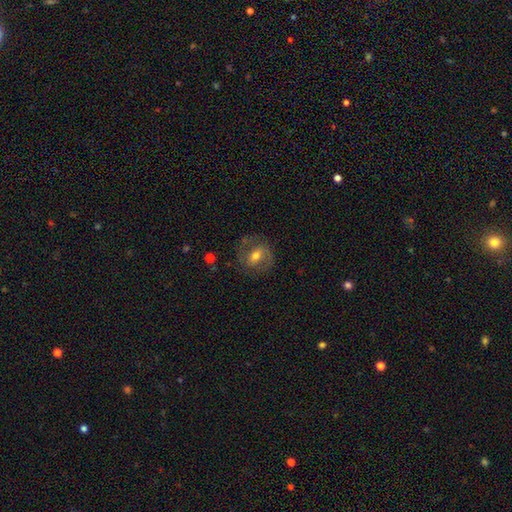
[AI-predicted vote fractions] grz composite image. It shows a featured or disk galaxy (62%) with a weak bar (45%), spiral arms (79%) and a moderate central bulge (66%). Merging: none (74%).